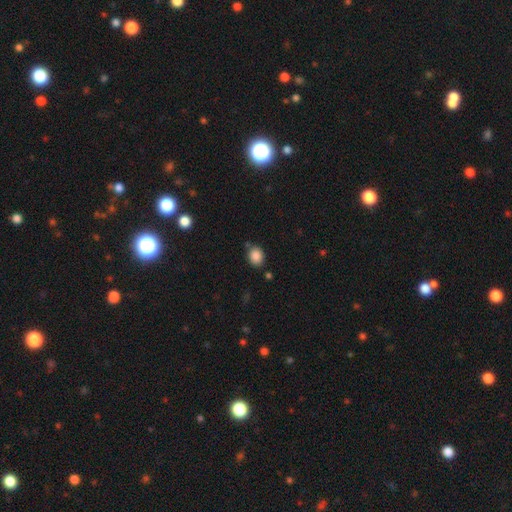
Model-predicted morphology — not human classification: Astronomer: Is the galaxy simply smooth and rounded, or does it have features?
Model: smooth — 86%.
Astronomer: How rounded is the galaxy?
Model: round — 54% (runner-up: in between, 45%).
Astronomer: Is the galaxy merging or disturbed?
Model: none — 78%.